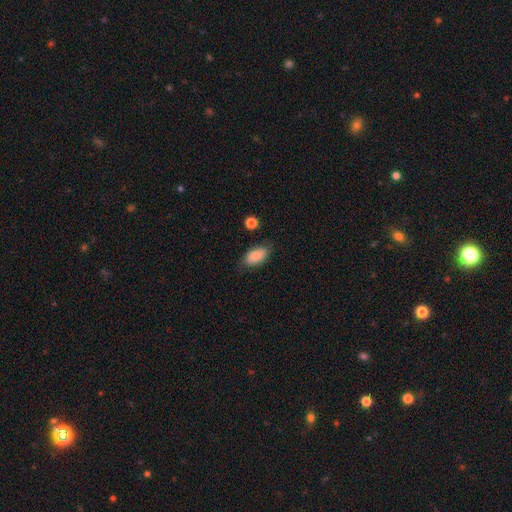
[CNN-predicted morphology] This appears to be a smooth galaxy with no disk features (83%) that is in between round and cigar-shaped (92%). Merging: none (72%).